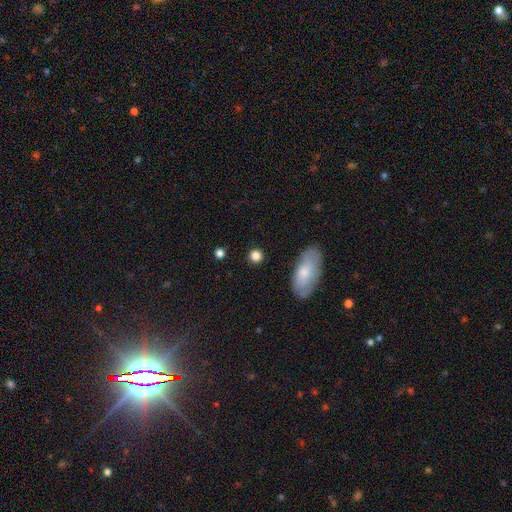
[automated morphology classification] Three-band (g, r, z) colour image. It shows a smooth galaxy with no disk features (83%) that is round (86%). Merging: none (86%).